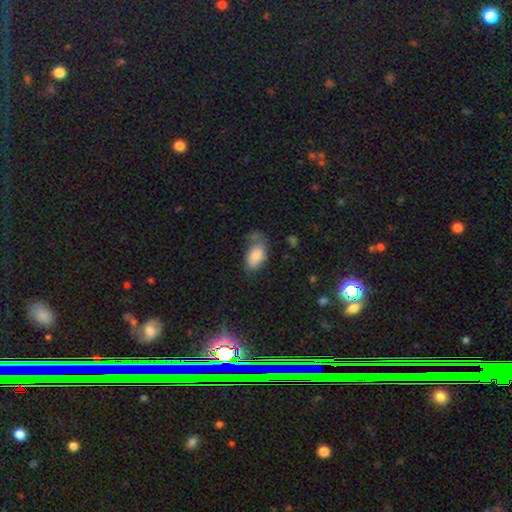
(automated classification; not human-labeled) A smooth galaxy with no disk features (77%) that is in between round and cigar-shaped (93%). Merging: none (40%).